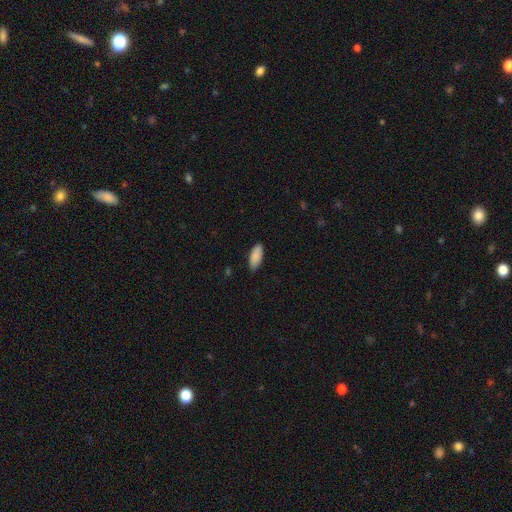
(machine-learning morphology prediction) smooth_or_featured: smooth (p=0.89) [alt: star or artifact p=0.06]
how_rounded: in between (p=0.84) [alt: cigar-shaped p=0.15]
merging: none (p=0.84) [alt: minor disturbance p=0.12]